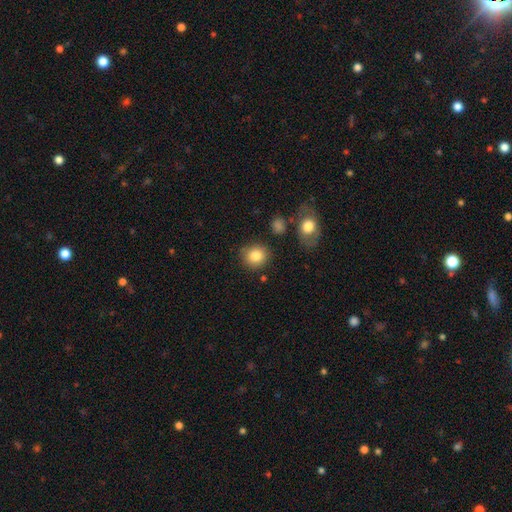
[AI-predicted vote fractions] Smooth or featured: smooth — 84% (star or artifact — 9%)
How rounded: round — 86% (in between — 13%)
Merging: none — 83% (minor disturbance — 10%)